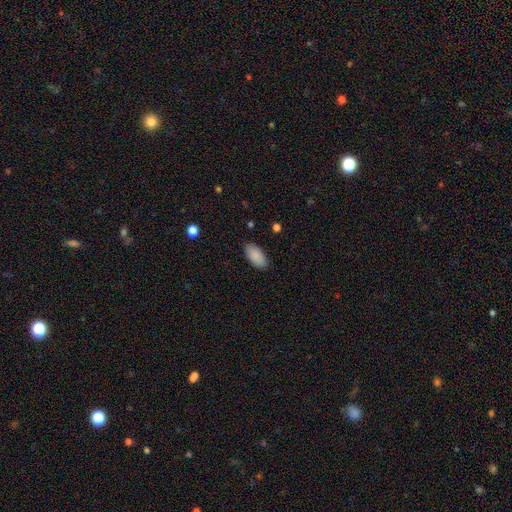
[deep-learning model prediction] This is clearly a smooth galaxy (90%). How rounded: clearly in between (92%). Merging: clearly none (88%).